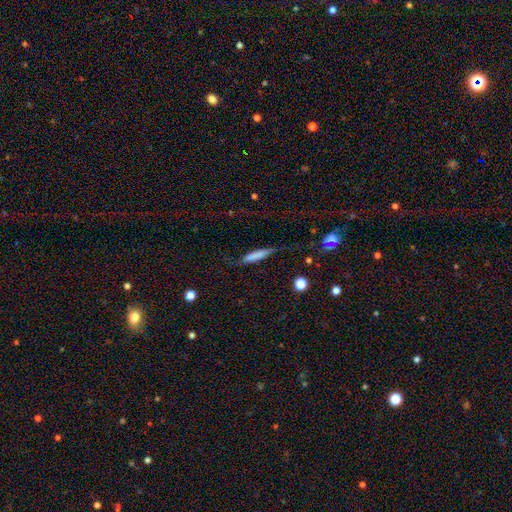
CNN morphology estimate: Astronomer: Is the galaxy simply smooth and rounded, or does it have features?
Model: smooth — 69%.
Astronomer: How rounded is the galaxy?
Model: cigar-shaped — 86%.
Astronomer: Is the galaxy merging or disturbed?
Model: none — 64%.